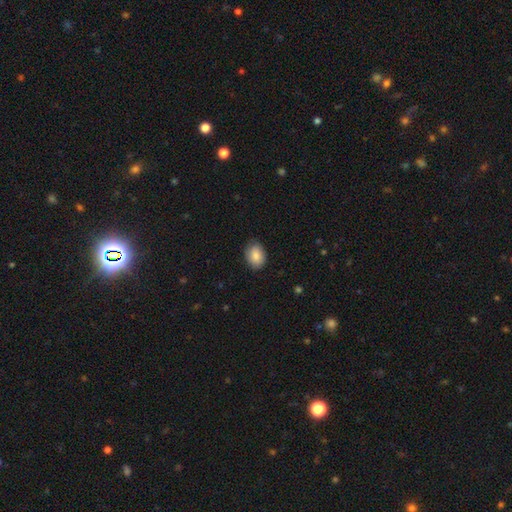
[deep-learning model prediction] Smooth or featured?
  - smooth: 85% *
  - featured or disk: 8%
  - star or artifact: 7%
How rounded?
  - in between: 75% *
  - round: 24%
  - cigar-shaped: 1%
Merging?
  - none: 83% *
  - minor disturbance: 13%
  - major disturbance: 2%
  - merger: 1%